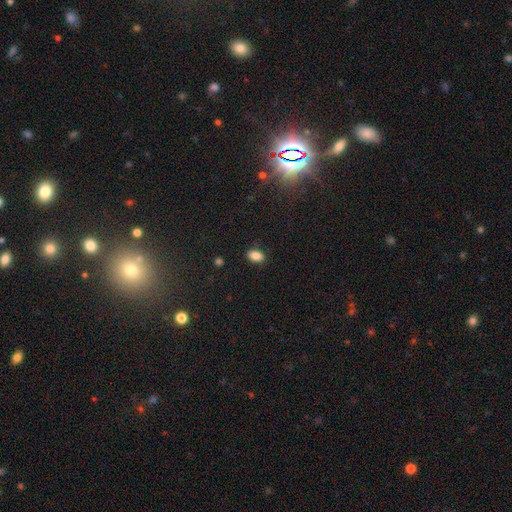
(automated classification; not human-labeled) Morphology: type=smooth (86%); roundness=in between (88%); merging=none (86%).